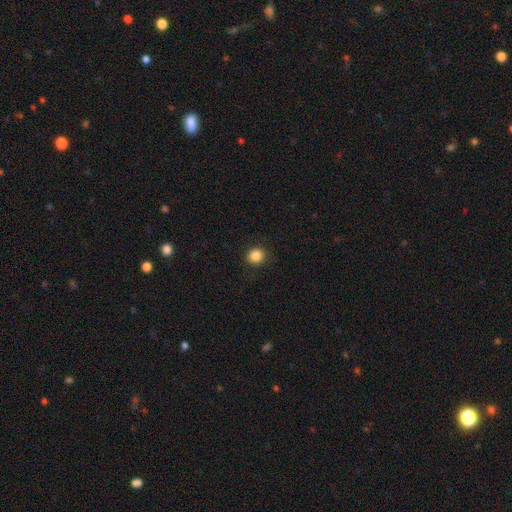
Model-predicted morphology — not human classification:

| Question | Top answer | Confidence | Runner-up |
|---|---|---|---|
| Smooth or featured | smooth | 86% | star or artifact (11%) |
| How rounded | round | 91% | in between (8%) |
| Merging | none | 91% | minor disturbance (6%) |